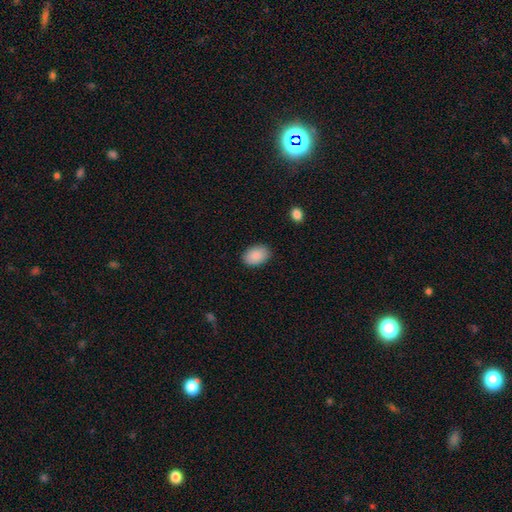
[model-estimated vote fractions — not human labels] Smooth or featured? Predicted: smooth (p=0.88). How rounded? Predicted: in between (p=0.86). Merging? Predicted: none (p=0.88).